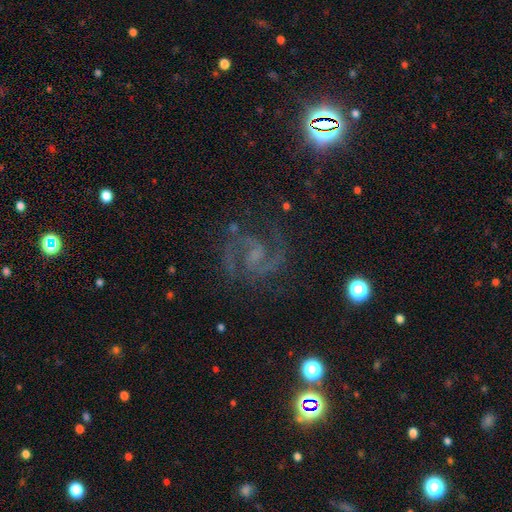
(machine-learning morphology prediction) type=featured or disk (85%); edge-on=no (98%); bar=weak (50%); spiral arms=yes (98%); winding=medium (62%); arm count=2 (89%); bulge=small (47%); merging=none (77%).